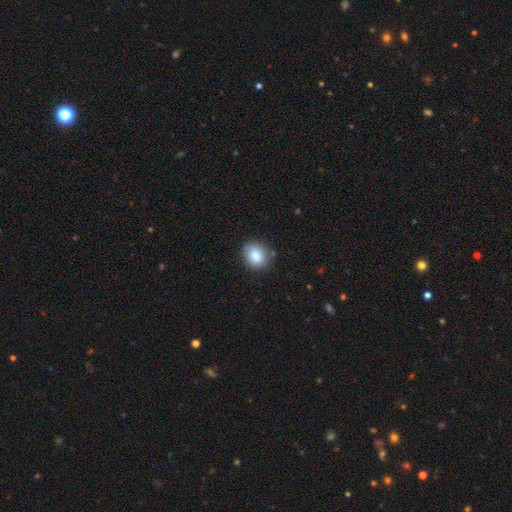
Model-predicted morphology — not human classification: smooth 86%, star or artifact 8%, featured or disk 6%. Down the decision tree: how rounded — round (66%); merging — none (80%).